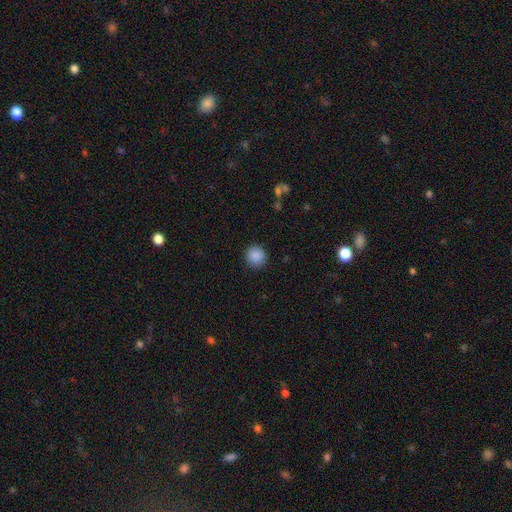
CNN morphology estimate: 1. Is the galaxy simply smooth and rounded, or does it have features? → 88% smooth, 9% star or artifact, 3% featured or disk.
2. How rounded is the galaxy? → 93% round, 6% in between, 1% cigar-shaped.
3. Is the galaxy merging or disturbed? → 90% none, 6% minor disturbance, 2% major disturbance, 1% merger.